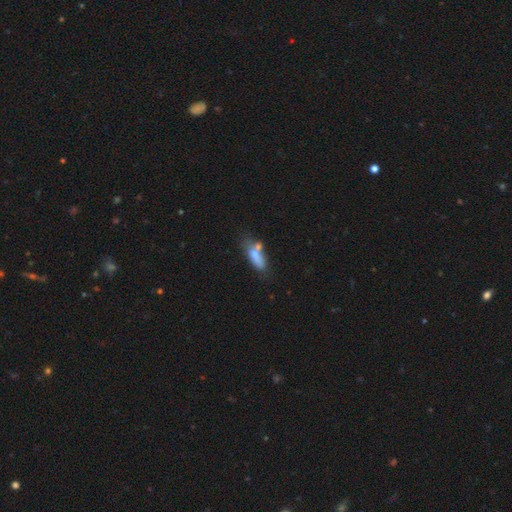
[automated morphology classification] Smooth or featured? smooth (70%)
How rounded? in between (64%)
Merging? none (34%)